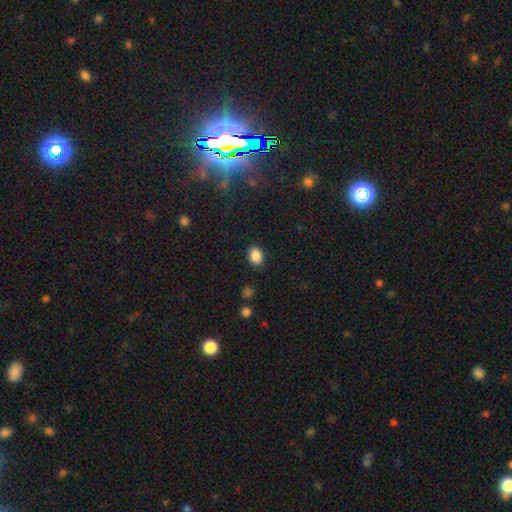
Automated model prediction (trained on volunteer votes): Smooth or featured? Predicted: smooth (p=0.87). How rounded? Predicted: in between (p=0.65). Merging? Predicted: none (p=0.86).